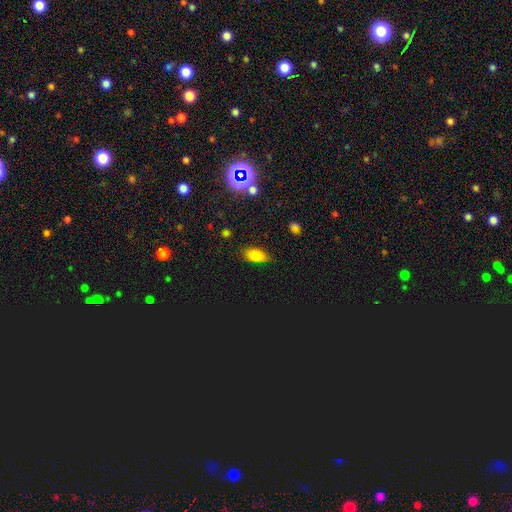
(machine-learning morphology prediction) Smooth or featured? Predicted: smooth (p=0.73). How rounded? Predicted: in between (p=0.86). Merging? Predicted: none (p=0.68).